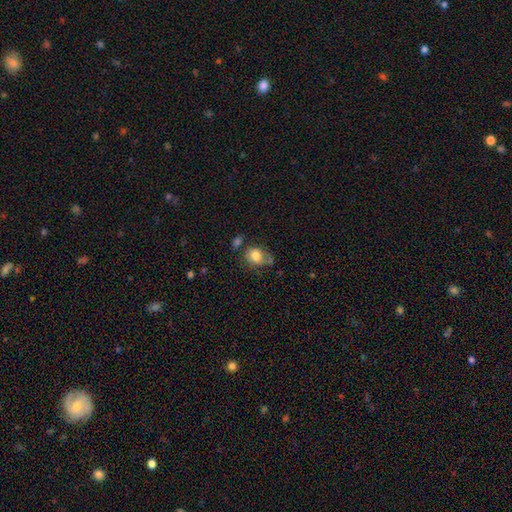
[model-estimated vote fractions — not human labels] Q: Smooth or featured?
A: smooth (77%); runner-up: featured or disk (14%)
Q: How rounded?
A: round (52%); runner-up: in between (47%)
Q: Merging?
A: none (49%); runner-up: minor disturbance (26%)